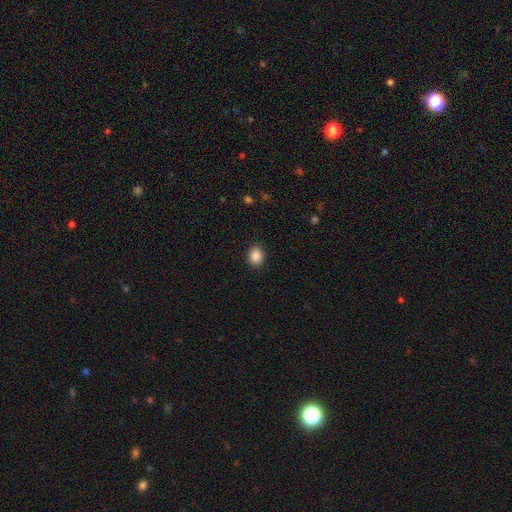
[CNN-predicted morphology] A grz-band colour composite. It shows a smooth galaxy with no disk features (88%) that is round (51%). Merging: none (90%).